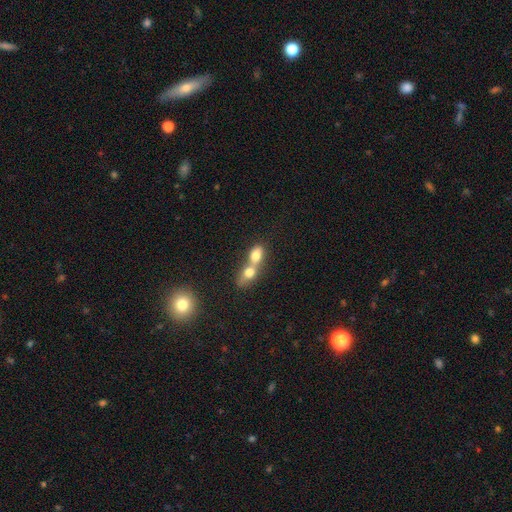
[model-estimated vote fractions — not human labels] Q: Smooth or featured?
A: smooth (74%); runner-up: featured or disk (17%)
Q: How rounded?
A: in between (68%); runner-up: round (27%)
Q: Merging?
A: merger (76%); runner-up: none (16%)